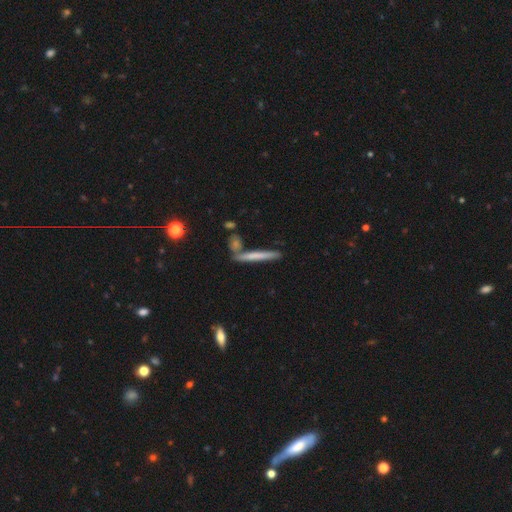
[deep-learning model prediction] smooth_or_featured: smooth (p=0.59) [alt: featured or disk p=0.34]
how_rounded: cigar-shaped (p=0.95) [alt: in between p=0.04]
merging: none (p=0.76) [alt: merger p=0.12]